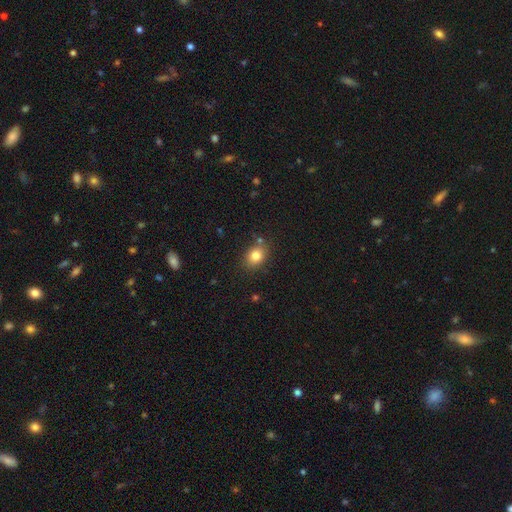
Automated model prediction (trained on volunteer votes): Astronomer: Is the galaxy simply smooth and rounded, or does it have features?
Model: smooth — 82%.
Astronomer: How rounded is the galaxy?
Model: in between — 54% (runner-up: round, 45%).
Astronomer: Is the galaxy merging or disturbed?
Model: none — 80%.